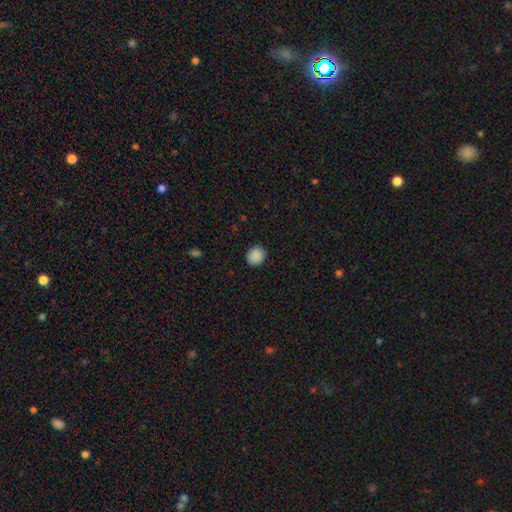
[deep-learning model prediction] A smooth galaxy with no disk features (89%) that is round (80%). Merging: none (89%).